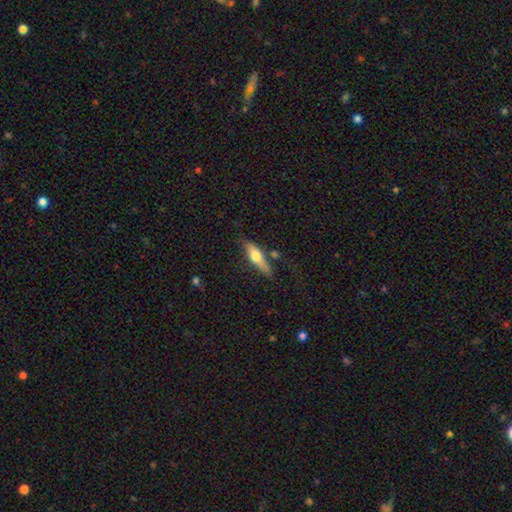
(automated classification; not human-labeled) smooth 50%, featured or disk 44%, star or artifact 6%. Down the decision tree: how rounded — cigar-shaped (66%); merging — none (70%).